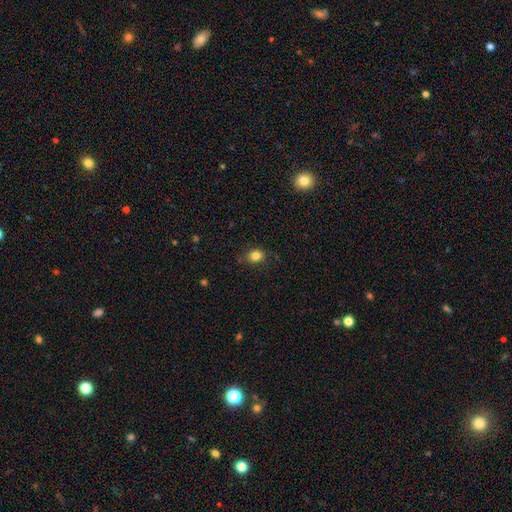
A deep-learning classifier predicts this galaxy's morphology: smooth-or-featured: smooth: 83% | star or artifact: 12% | featured or disk: 5%
  how-rounded: round: 61% | in between: 38% | cigar-shaped: 1%
  merging: none: 82% | minor disturbance: 14% | major disturbance: 3% | merger: 2%